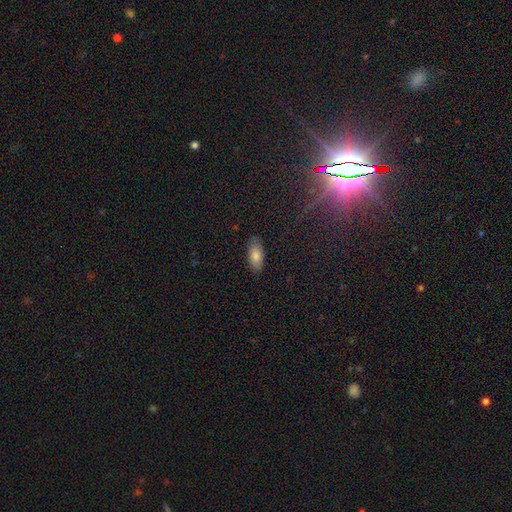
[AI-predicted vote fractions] A smooth galaxy with no disk features (83%) that is in between round and cigar-shaped (88%).

Vote fractions:
- Smooth or featured? smooth: 83% / featured or disk: 10% / star or artifact: 7%
- How rounded? in between: 88% / cigar-shaped: 10% / round: 2%
- Merging? none: 87% / minor disturbance: 10% / major disturbance: 2% / merger: 1%